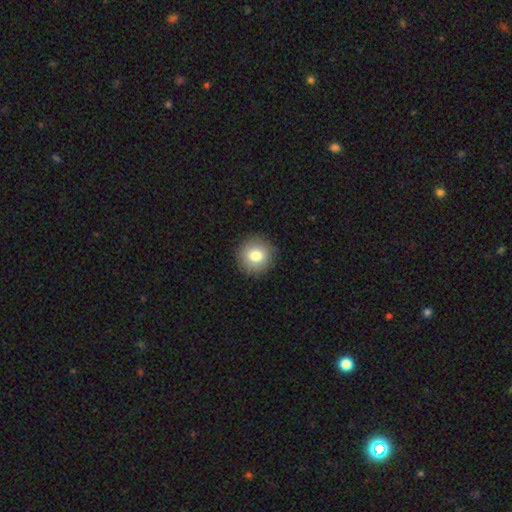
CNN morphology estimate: This is clearly a smooth galaxy (81%). How rounded: clearly round (92%). Merging: clearly none (90%).